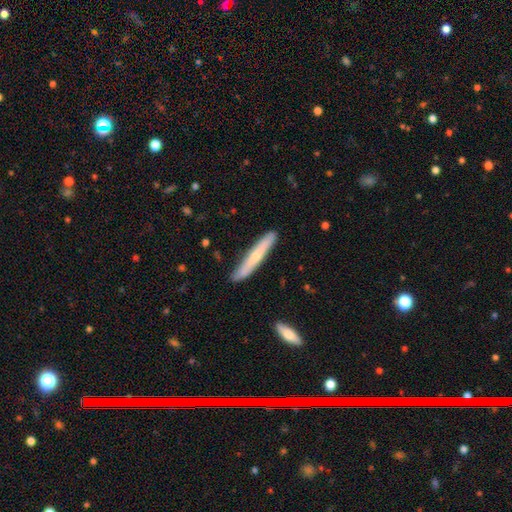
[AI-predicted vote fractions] The model was most divided on "smooth or featured": smooth: 54%, featured or disk: 40%, star or artifact: 6%. More confident: how rounded — cigar-shaped (95%); merging — none (87%).